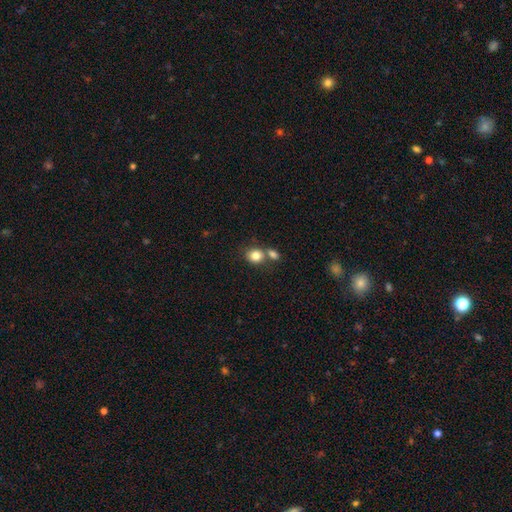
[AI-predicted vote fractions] smooth-or-featured: smooth: 83% | star or artifact: 10% | featured or disk: 8%
  how-rounded: round: 69% | in between: 30% | cigar-shaped: 1%
  merging: none: 50% | merger: 37% | minor disturbance: 9% | major disturbance: 3%